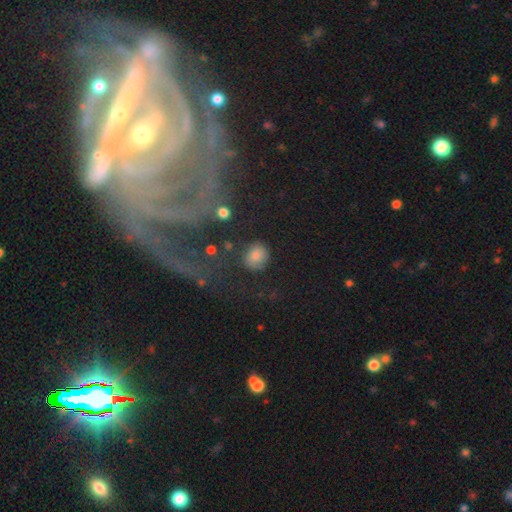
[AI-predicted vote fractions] This is likely a smooth galaxy (75%). How rounded: likely round (74%). Merging: likely none (73%).